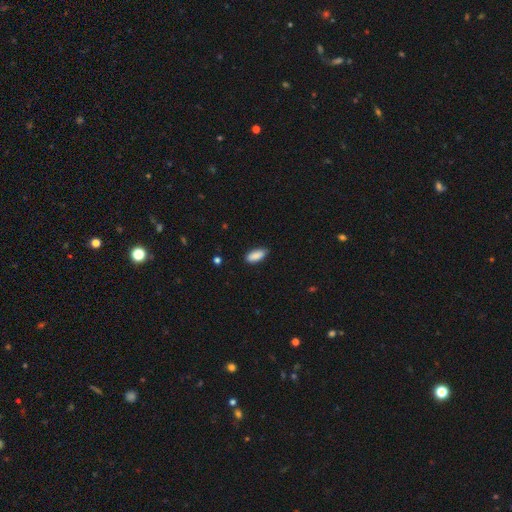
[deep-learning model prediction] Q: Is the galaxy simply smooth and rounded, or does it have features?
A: smooth — 89%.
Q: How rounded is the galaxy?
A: in between — 85%.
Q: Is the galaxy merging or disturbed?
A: none — 83%.